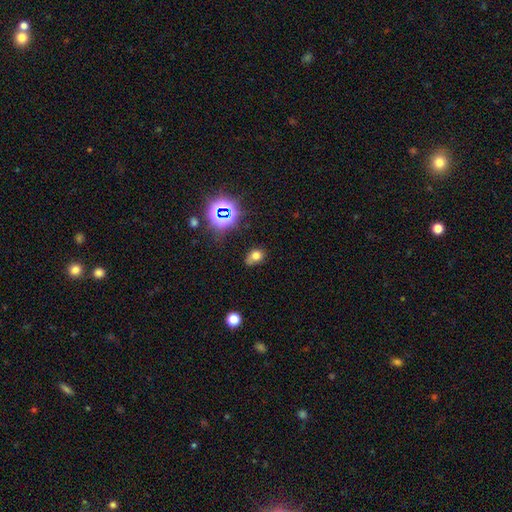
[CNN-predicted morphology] This appears to be a smooth galaxy with no disk features (69%) that is in between round and cigar-shaped (60%). Merging: none (54%).